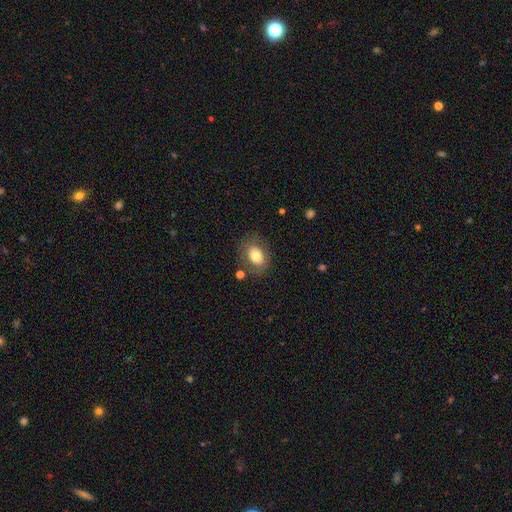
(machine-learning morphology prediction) Smooth or featured? smooth (72%)
How rounded? in between (69%)
Merging? none (76%)